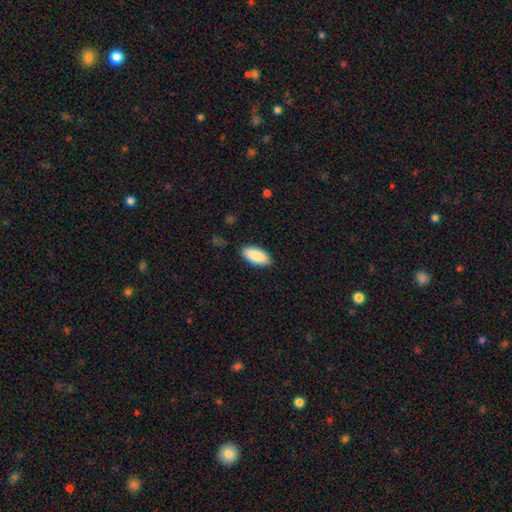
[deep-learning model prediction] Smooth or featured? Predicted: smooth (p=0.89). How rounded? Predicted: in between (p=0.92). Merging? Predicted: none (p=0.87).